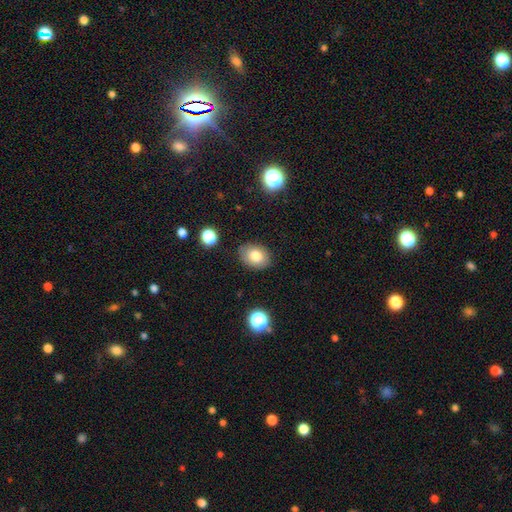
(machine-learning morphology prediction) A smooth galaxy with no disk features (79%) that is in between round and cigar-shaped (67%). Merging: none (83%).